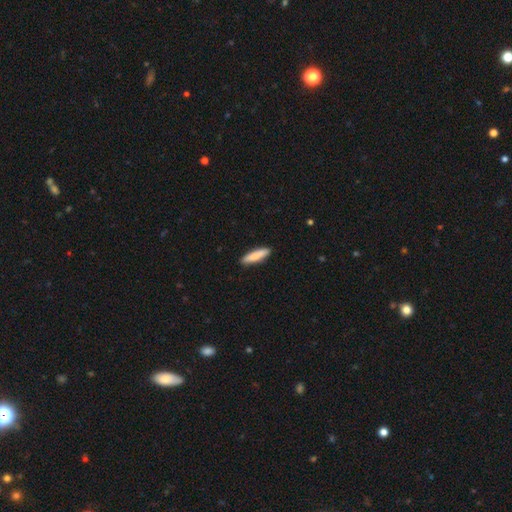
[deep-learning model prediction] Smooth or featured?
  - smooth: 84% *
  - featured or disk: 11%
  - star or artifact: 5%
How rounded?
  - cigar-shaped: 79% *
  - in between: 20%
  - round: 1%
Merging?
  - none: 90% *
  - minor disturbance: 8%
  - major disturbance: 1%
  - merger: 1%